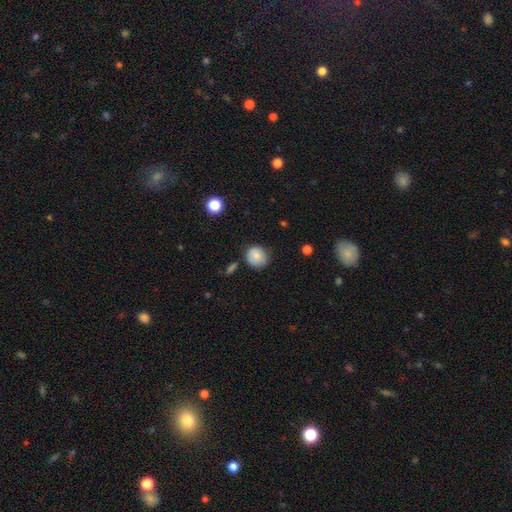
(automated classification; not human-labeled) Q: Smooth or featured?
A: smooth (79%); runner-up: featured or disk (12%)
Q: How rounded?
A: round (89%); runner-up: in between (10%)
Q: Merging?
A: none (74%); runner-up: minor disturbance (19%)